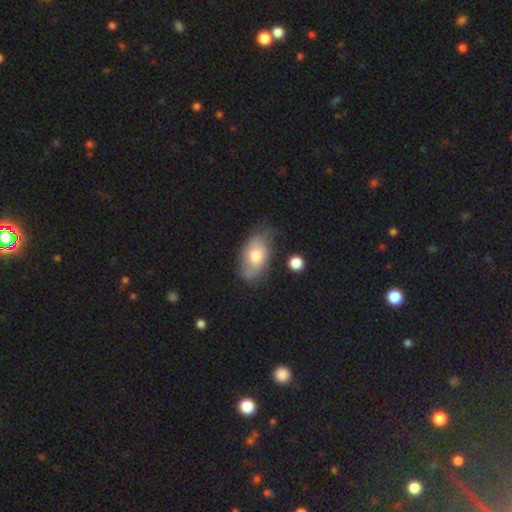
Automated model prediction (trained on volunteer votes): Morphology: type=smooth (66%); roundness=in between (91%); merging=none (57%).